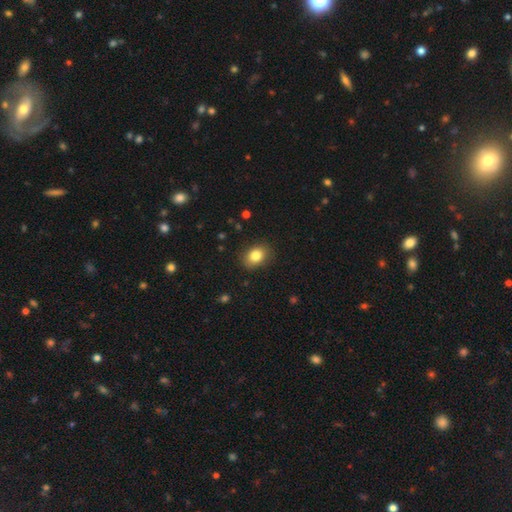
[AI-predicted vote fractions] Morphology: type=smooth (83%); roundness=in between (64%); merging=none (85%).